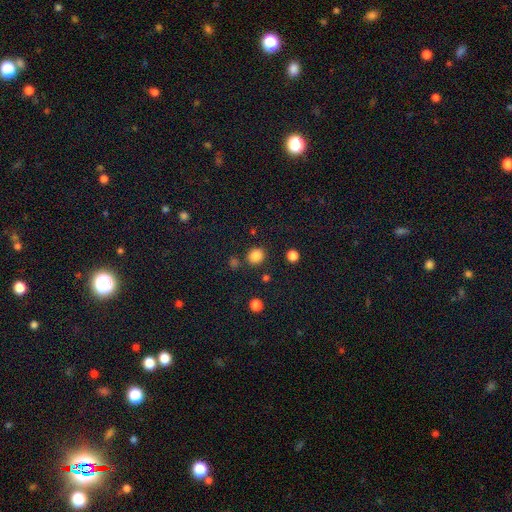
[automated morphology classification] smooth_or_featured: smooth (p=0.85) [alt: star or artifact p=0.12]
how_rounded: round (p=0.80) [alt: in between p=0.19]
merging: none (p=0.84) [alt: minor disturbance p=0.08]